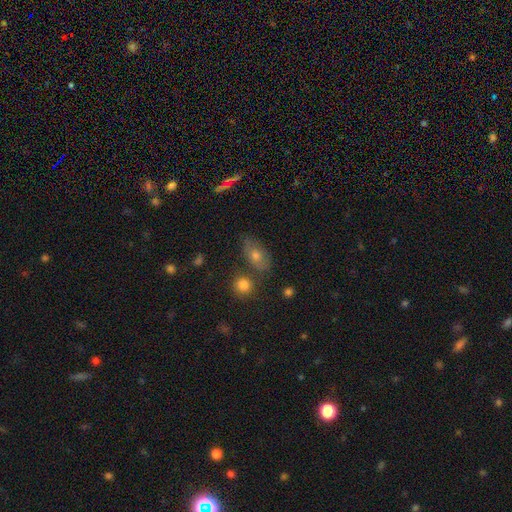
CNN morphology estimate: The model was most divided on "smooth or featured": smooth: 66%, featured or disk: 22%, star or artifact: 12%. More confident: how rounded — in between (81%); merging — none (67%).